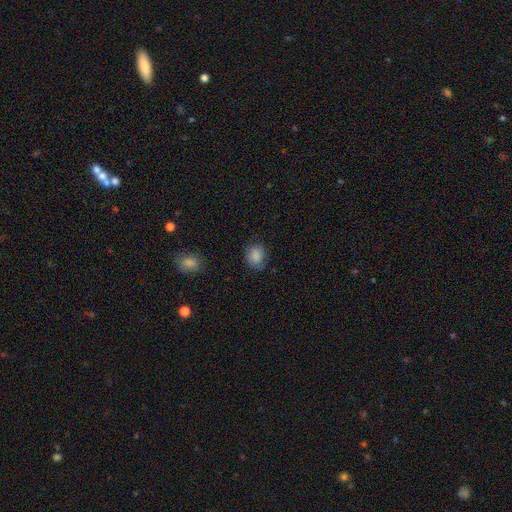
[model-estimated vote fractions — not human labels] A smooth galaxy with no disk features (86%) that is round (60%). Merging: none (77%).